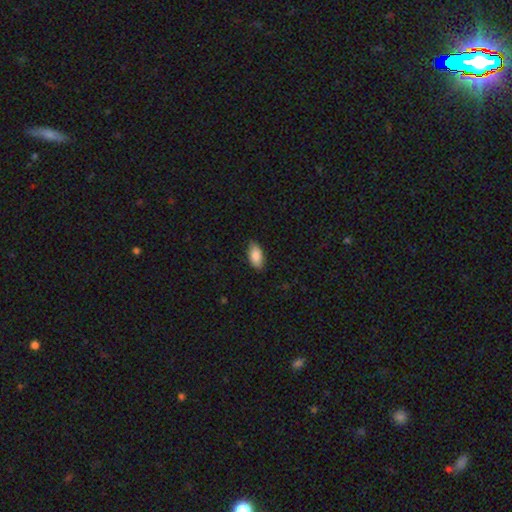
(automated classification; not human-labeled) smooth 87%, featured or disk 7%, star or artifact 6%. Down the decision tree: how rounded — in between (93%); merging — none (85%).